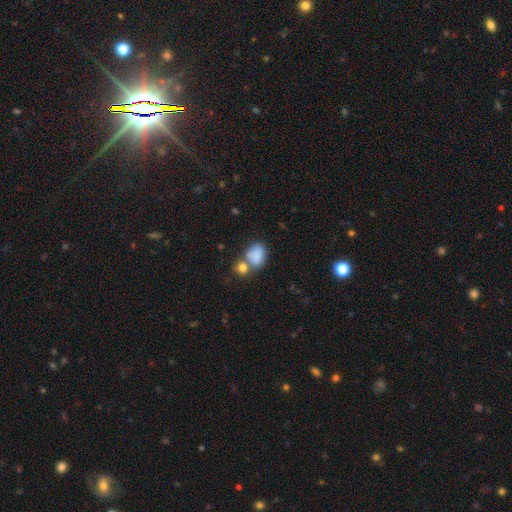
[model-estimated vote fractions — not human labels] Smooth or featured? Predicted: smooth (p=0.82). How rounded? Predicted: in between (p=0.72). Merging? Predicted: merger (p=0.41).